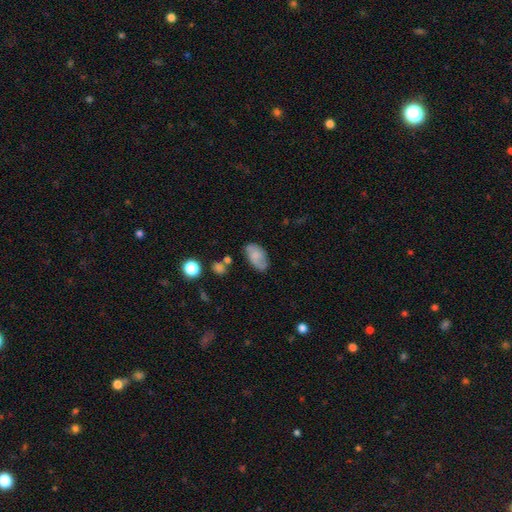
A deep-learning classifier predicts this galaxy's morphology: Smooth or featured? Predicted: smooth (p=0.65). How rounded? Predicted: in between (p=0.93). Merging? Predicted: none (p=0.64).